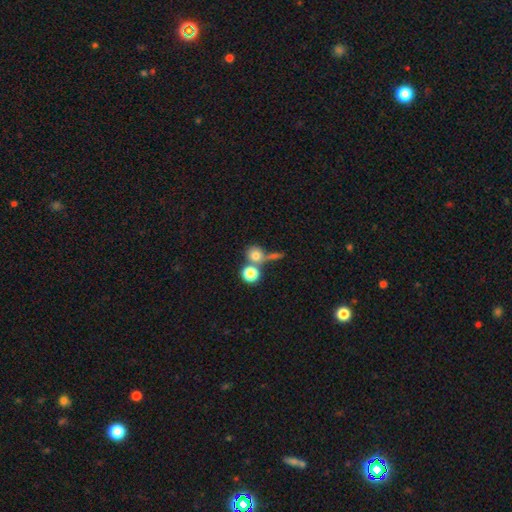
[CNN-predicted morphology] The model was most divided on "merging": none: 46%, merger: 38%, minor disturbance: 9%, major disturbance: 7%. More confident: how rounded — round (83%); smooth or featured — smooth (74%).